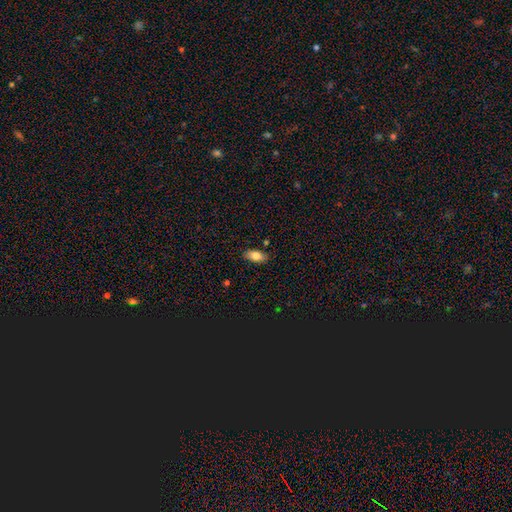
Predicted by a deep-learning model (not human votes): Smooth or featured? Predicted: smooth (p=0.83). How rounded? Predicted: in between (p=0.90). Merging? Predicted: none (p=0.85).